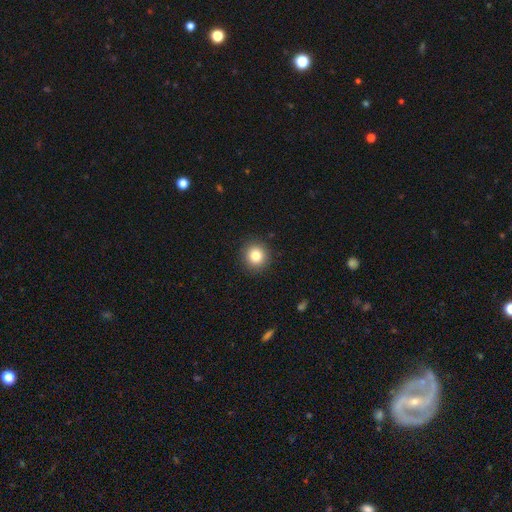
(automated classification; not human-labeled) Morphology: type=smooth (83%); roundness=round (92%); merging=none (91%).